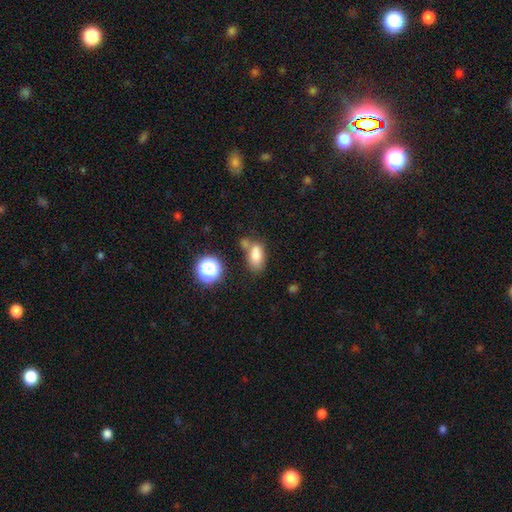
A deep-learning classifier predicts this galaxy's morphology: A smooth galaxy with no disk features (78%) that is in between round and cigar-shaped (86%). Merging: none (50%).